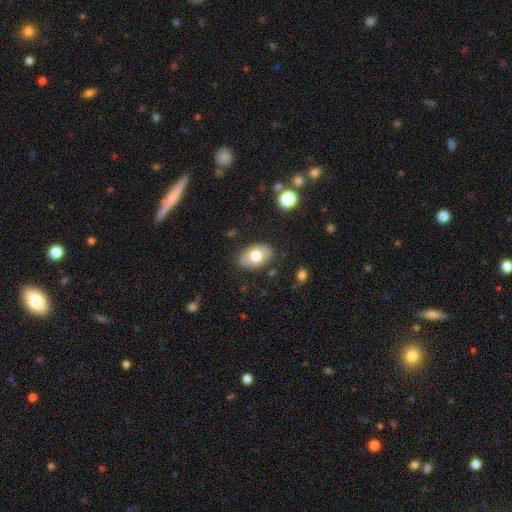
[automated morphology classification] Q: Smooth or featured?
A: smooth (72%); runner-up: featured or disk (21%)
Q: How rounded?
A: in between (85%); runner-up: round (14%)
Q: Merging?
A: none (80%); runner-up: minor disturbance (15%)